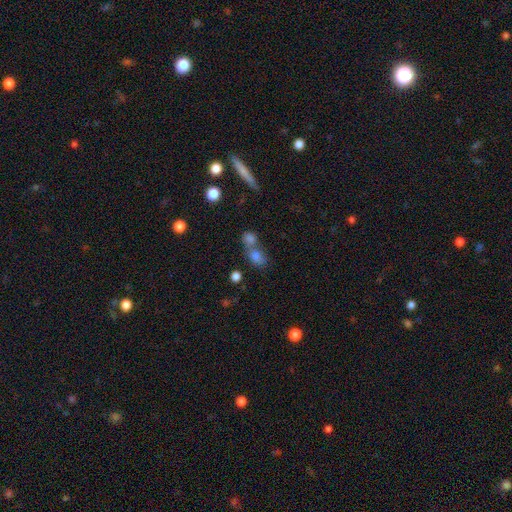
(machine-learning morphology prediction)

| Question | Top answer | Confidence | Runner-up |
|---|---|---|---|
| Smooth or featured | smooth | 70% | star or artifact (16%) |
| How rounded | round | 50% | in between (46%) |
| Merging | merger | 58% | none (30%) |